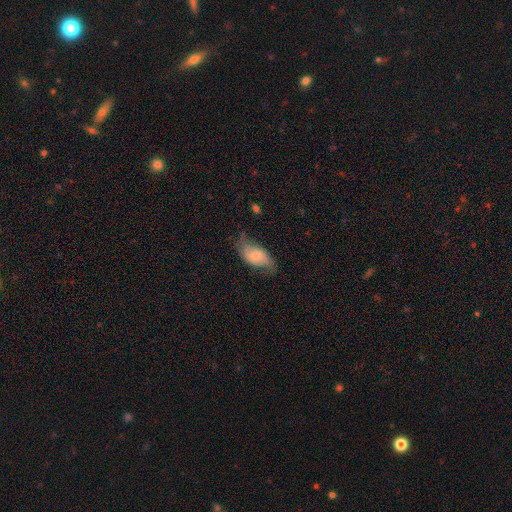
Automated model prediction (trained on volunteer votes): Smooth or featured? Predicted: smooth (p=0.50). Merging? Predicted: none (p=0.56).